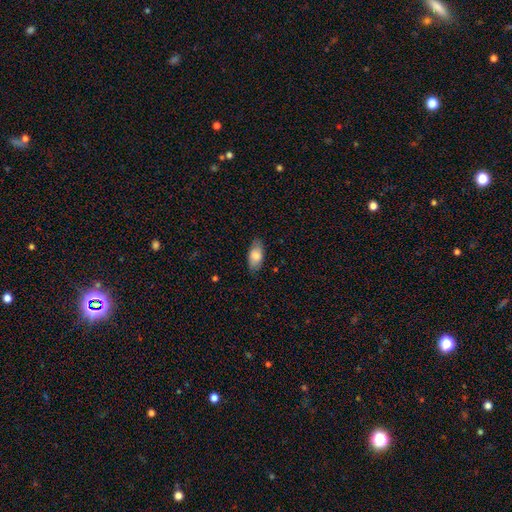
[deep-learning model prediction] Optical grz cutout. It shows a smooth galaxy with no disk features (81%) that is in between round and cigar-shaped (92%). Merging: none (81%).